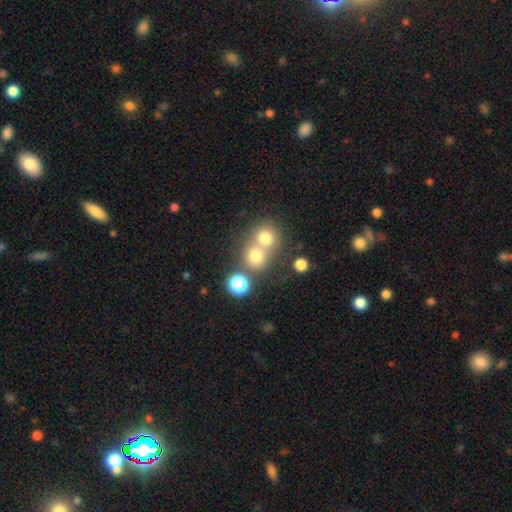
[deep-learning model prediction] Smooth or featured? smooth (72%)
How rounded? round (86%)
Merging? none (46%)